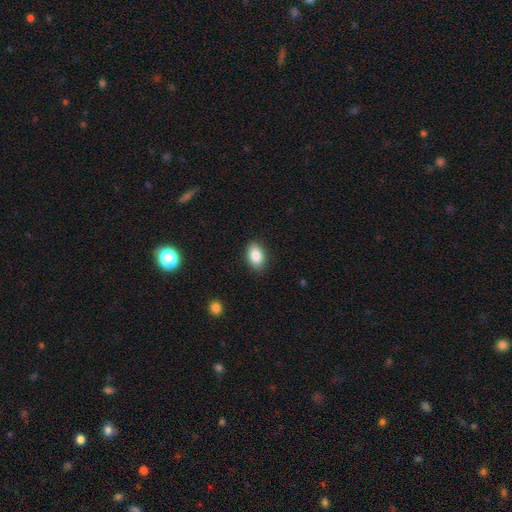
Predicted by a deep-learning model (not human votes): smooth 86%, star or artifact 7%, featured or disk 7%. Down the decision tree: how rounded — in between (89%); merging — none (86%).